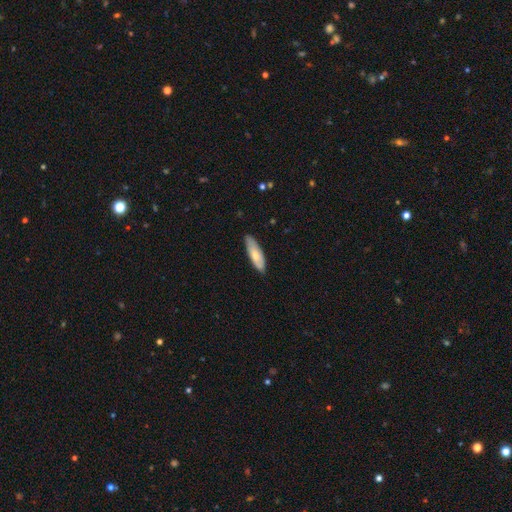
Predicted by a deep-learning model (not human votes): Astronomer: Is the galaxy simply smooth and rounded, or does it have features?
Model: smooth — 66%.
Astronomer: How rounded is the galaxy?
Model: in between — 56% (runner-up: cigar-shaped, 42%).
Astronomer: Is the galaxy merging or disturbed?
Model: none — 80%.